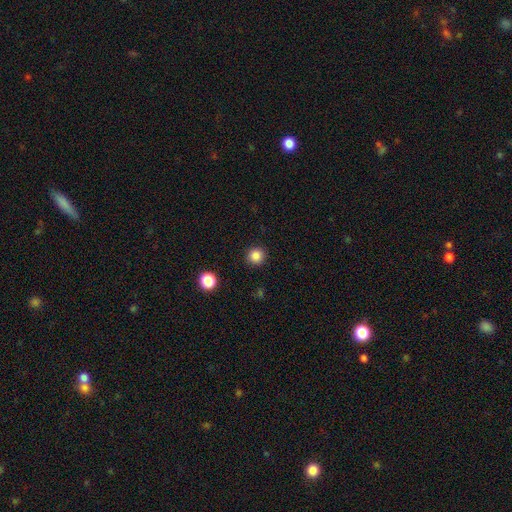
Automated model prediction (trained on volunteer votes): This appears to be a smooth galaxy with no disk features (85%) that is round (94%). Merging: none (91%).